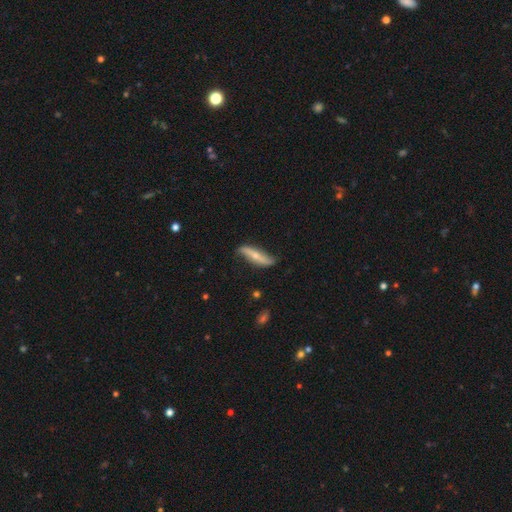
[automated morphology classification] Smooth or featured?
  - featured or disk: 60% *
  - smooth: 35%
  - star or artifact: 6%
Edge-on disk?
  - no: 51% *
  - yes: 49%
Merging?
  - none: 73% *
  - minor disturbance: 21%
  - major disturbance: 4%
  - merger: 2%